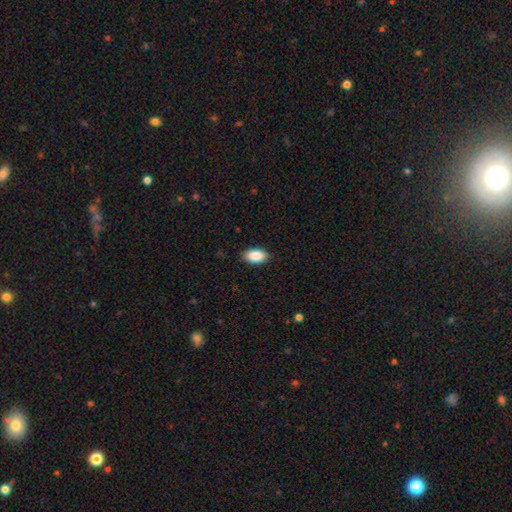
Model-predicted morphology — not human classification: Smooth or featured? Predicted: smooth (p=0.89). How rounded? Predicted: in between (p=0.94). Merging? Predicted: none (p=0.88).